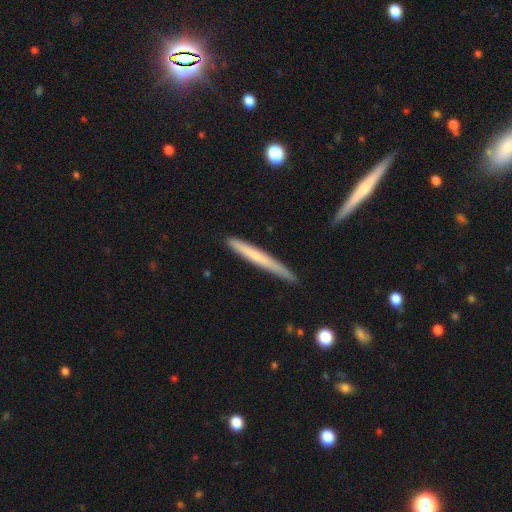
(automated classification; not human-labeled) A smooth galaxy with no disk features (56%) that is cigar-shaped (97%).

Vote fractions:
- Smooth or featured? smooth: 56% / featured or disk: 38% / star or artifact: 6%
- How rounded? cigar-shaped: 97% / in between: 2% / round: 1%
- Merging? none: 83% / minor disturbance: 13% / major disturbance: 2% / merger: 2%